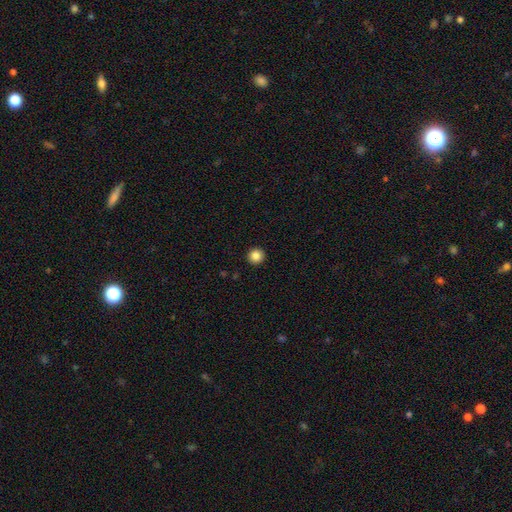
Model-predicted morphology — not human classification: type=smooth (85%); roundness=round (95%); merging=none (93%).